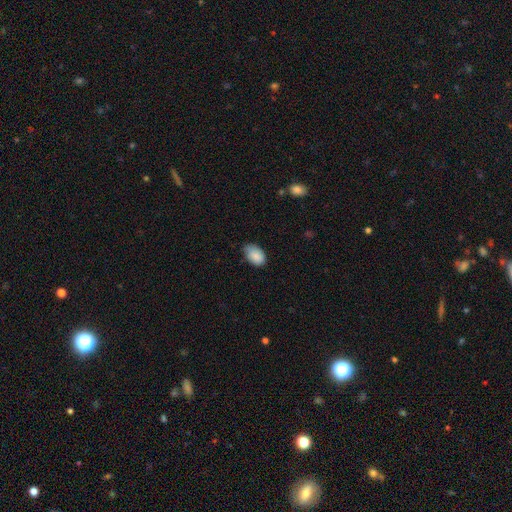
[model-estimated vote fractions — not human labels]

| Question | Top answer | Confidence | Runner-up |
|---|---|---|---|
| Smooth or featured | smooth | 87% | star or artifact (7%) |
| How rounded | in between | 88% | round (11%) |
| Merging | none | 57% | minor disturbance (36%) |